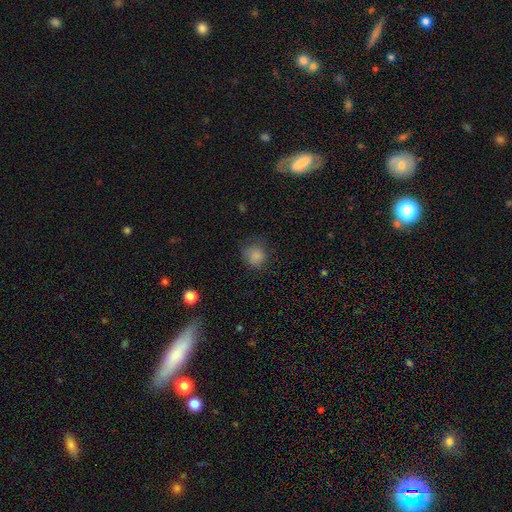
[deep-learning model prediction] smooth 82%, star or artifact 11%, featured or disk 7%. Down the decision tree: how rounded — round (85%); merging — none (67%).